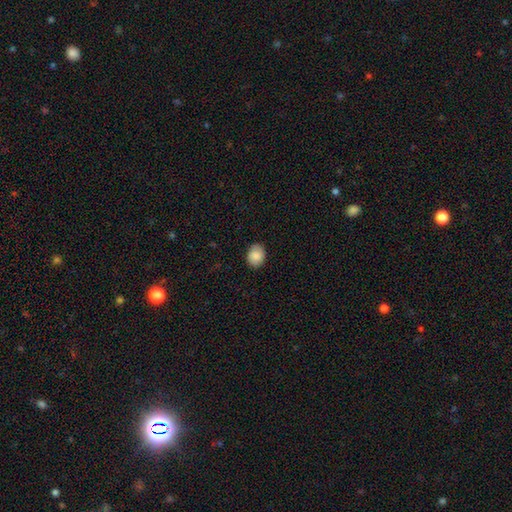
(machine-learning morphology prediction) Smooth or featured? smooth (88%)
How rounded? in between (58%)
Merging? none (85%)